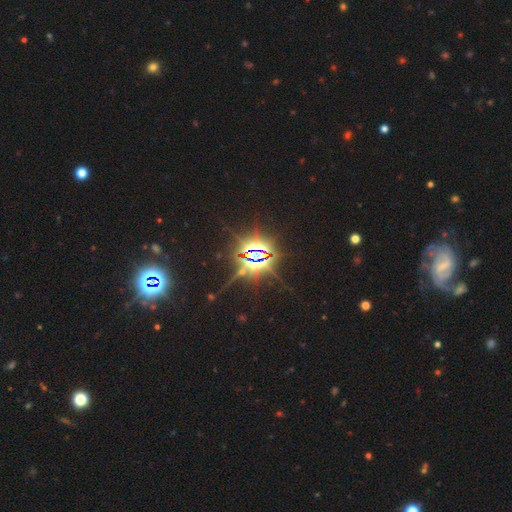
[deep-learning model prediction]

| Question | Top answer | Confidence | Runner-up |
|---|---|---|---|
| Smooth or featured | star or artifact | 85% | featured or disk (8%) |